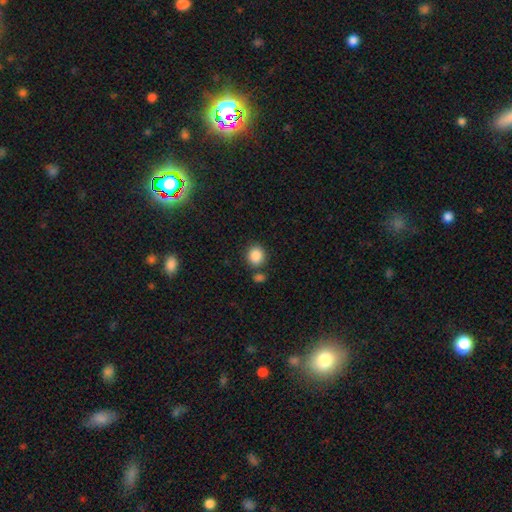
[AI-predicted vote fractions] Smooth or featured: smooth — 87% (star or artifact — 9%)
How rounded: round — 77% (in between — 22%)
Merging: none — 74% (merger — 12%)